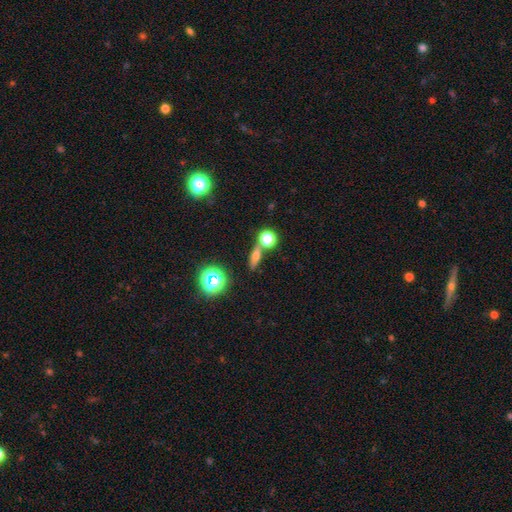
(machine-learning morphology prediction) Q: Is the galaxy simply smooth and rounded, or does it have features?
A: smooth — 56%.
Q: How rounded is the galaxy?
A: cigar-shaped — 42%.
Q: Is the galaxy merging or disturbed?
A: none — 69%.